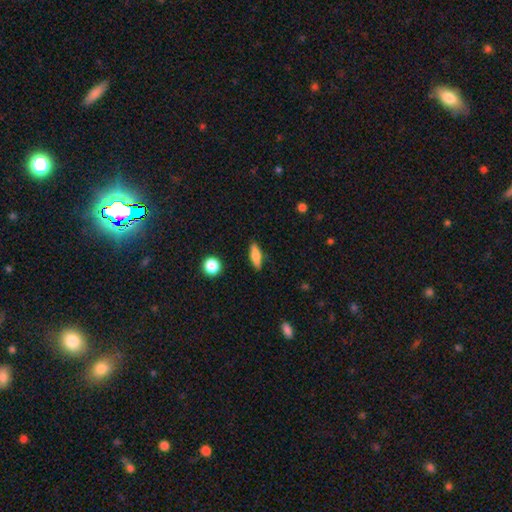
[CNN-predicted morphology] This appears to be a smooth galaxy with no disk features (76%) that is cigar-shaped (54%). Merging: none (88%).